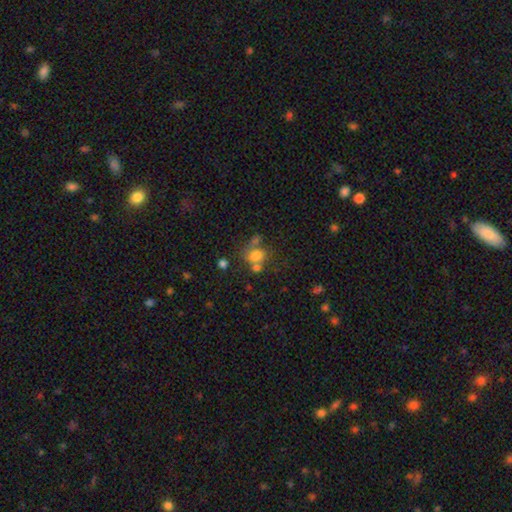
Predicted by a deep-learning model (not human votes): A smooth galaxy with no disk features (70%) that is round (54%).

Vote fractions:
- Smooth or featured? smooth: 70% / featured or disk: 17% / star or artifact: 13%
- How rounded? round: 54% / in between: 45% / cigar-shaped: 1%
- Merging? merger: 38% / none: 36% / minor disturbance: 15% / major disturbance: 11%